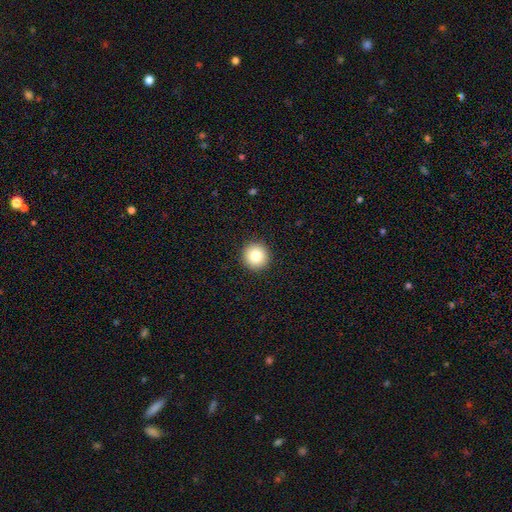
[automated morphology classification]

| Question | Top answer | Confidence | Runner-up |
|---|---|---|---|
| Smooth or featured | smooth | 81% | star or artifact (10%) |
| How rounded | round | 95% | in between (4%) |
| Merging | none | 93% | minor disturbance (4%) |